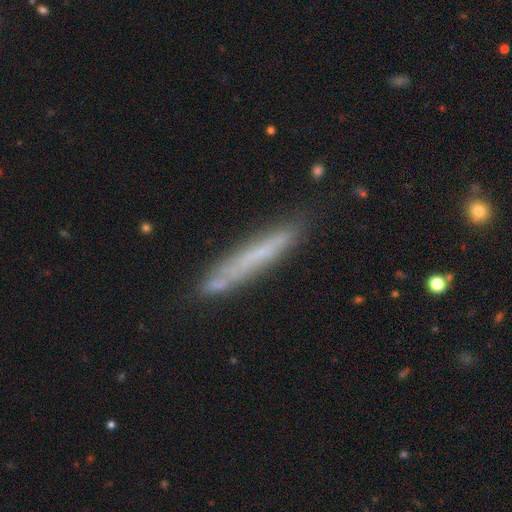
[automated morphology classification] The model was most divided on "smooth or featured": smooth: 51%, featured or disk: 40%, star or artifact: 8%. More confident: how rounded — cigar-shaped (95%); merging — none (79%).